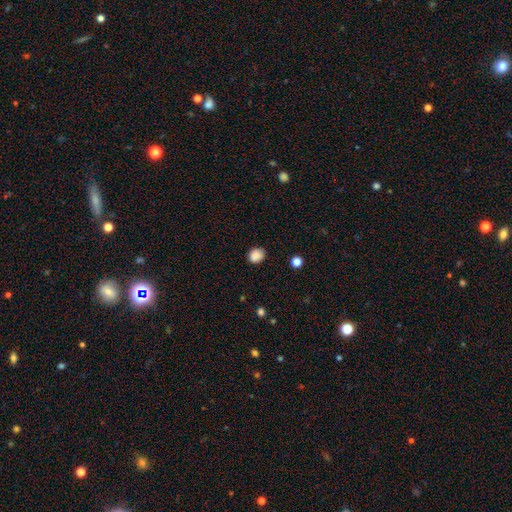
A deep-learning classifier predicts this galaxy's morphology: A smooth galaxy with no disk features (87%) that is round (63%).

Vote fractions:
- Smooth or featured? smooth: 87% / star or artifact: 9% / featured or disk: 4%
- How rounded? round: 63% / in between: 36% / cigar-shaped: 1%
- Merging? none: 83% / minor disturbance: 13% / major disturbance: 3% / merger: 1%